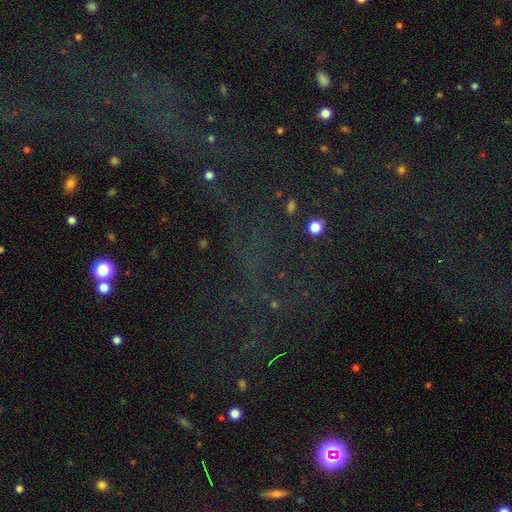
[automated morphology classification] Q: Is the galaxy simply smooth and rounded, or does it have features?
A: star or artifact — 70%.